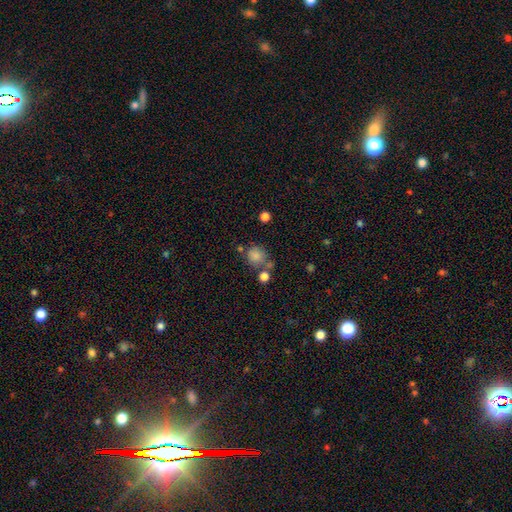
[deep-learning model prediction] Overall: smooth (81%). How rounded: round (81%). Merging: none (58%; merger 21%).